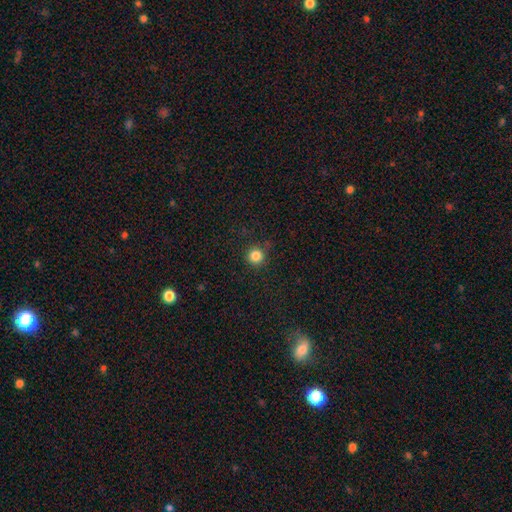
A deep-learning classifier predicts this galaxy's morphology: Smooth or featured? smooth (84%)
How rounded? round (95%)
Merging? none (88%)